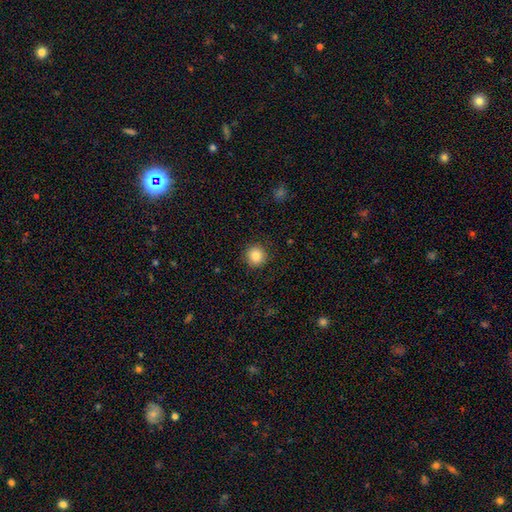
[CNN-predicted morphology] This is clearly a smooth galaxy (86%). How rounded: clearly round (94%). Merging: clearly none (91%).